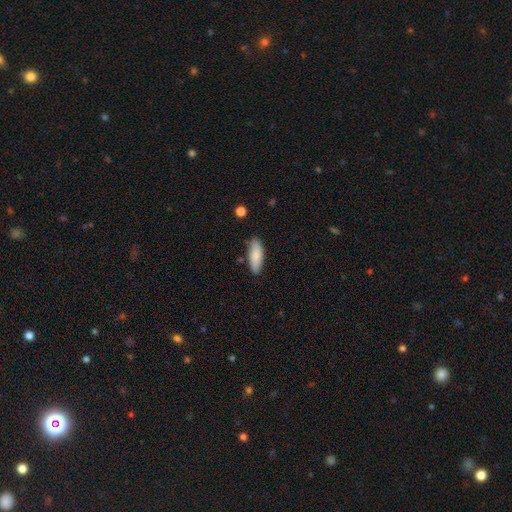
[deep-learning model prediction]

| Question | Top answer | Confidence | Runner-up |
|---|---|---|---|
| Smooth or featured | smooth | 85% | featured or disk (9%) |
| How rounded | in between | 65% | cigar-shaped (33%) |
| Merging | none | 82% | minor disturbance (14%) |